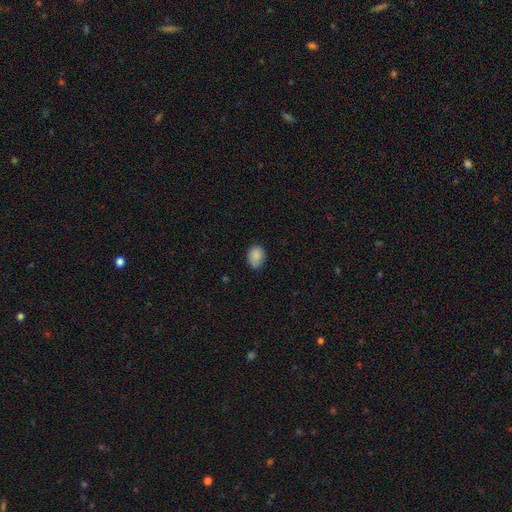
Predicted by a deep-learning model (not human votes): Smooth or featured? smooth (88%)
How rounded? in between (63%)
Merging? none (75%)